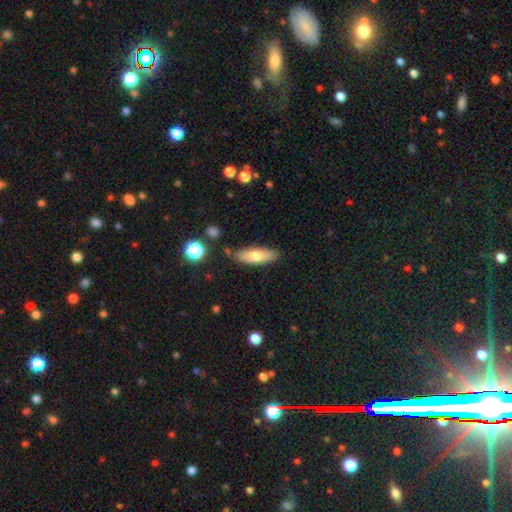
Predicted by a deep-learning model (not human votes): A smooth galaxy with no disk features (71%) that is in between round and cigar-shaped (56%).

Vote fractions:
- Smooth or featured? smooth: 71% / featured or disk: 23% / star or artifact: 7%
- How rounded? in between: 56% / cigar-shaped: 41% / round: 2%
- Merging? none: 80% / minor disturbance: 13% / merger: 4% / major disturbance: 3%